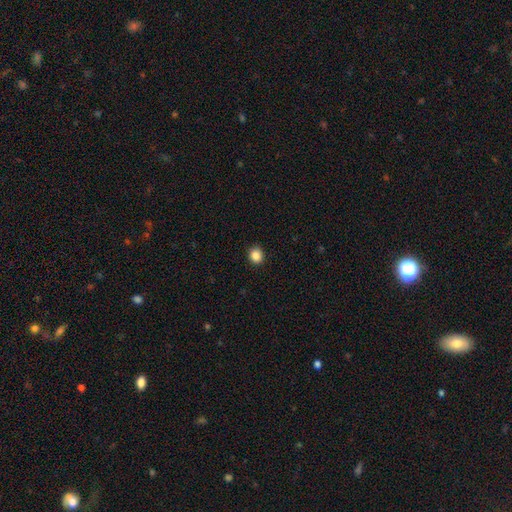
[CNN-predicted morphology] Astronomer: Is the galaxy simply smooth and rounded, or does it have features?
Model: smooth — 86%.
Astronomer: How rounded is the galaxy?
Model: round — 80%.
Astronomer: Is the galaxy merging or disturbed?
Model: none — 92%.